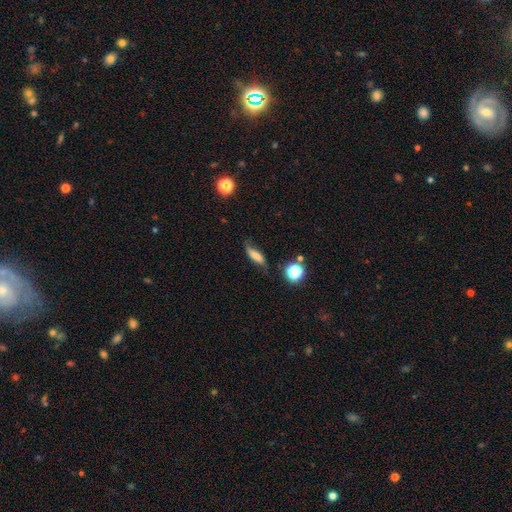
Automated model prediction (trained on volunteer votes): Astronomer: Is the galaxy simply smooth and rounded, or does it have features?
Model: smooth — 59%.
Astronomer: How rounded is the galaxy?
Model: cigar-shaped — 49% (runner-up: in between, 43%).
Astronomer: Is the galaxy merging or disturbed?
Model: none — 56%.